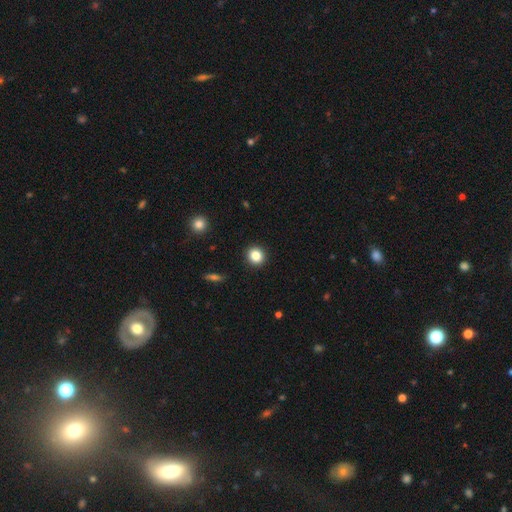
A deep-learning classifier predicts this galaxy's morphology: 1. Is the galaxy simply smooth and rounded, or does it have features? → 83% smooth, 11% star or artifact, 6% featured or disk.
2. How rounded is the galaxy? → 84% round, 15% in between, 1% cigar-shaped.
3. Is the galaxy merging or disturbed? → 92% none, 5% minor disturbance, 2% major disturbance, 1% merger.